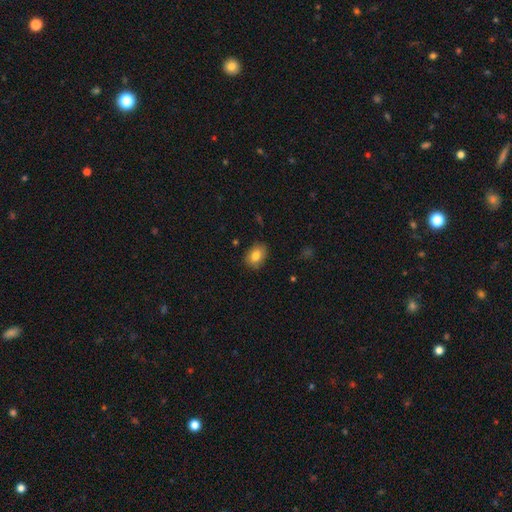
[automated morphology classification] Smooth or featured: smooth — 81% (featured or disk — 10%)
How rounded: in between — 72% (round — 27%)
Merging: none — 85% (minor disturbance — 12%)